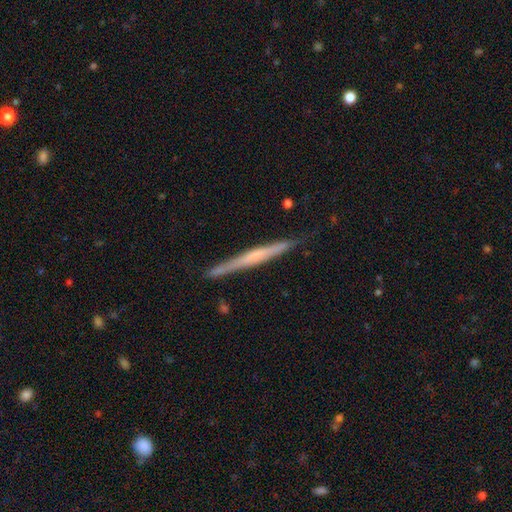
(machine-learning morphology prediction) The model was most divided on "smooth or featured": featured or disk: 60%, smooth: 35%, star or artifact: 5%. More confident: edge-on disk — yes (97%); merging — none (85%); edge-on bulge — none (62%).